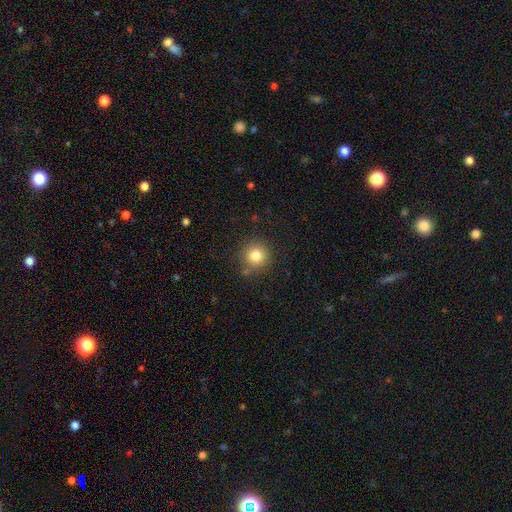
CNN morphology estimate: type=smooth (81%); roundness=round (95%); merging=none (87%).